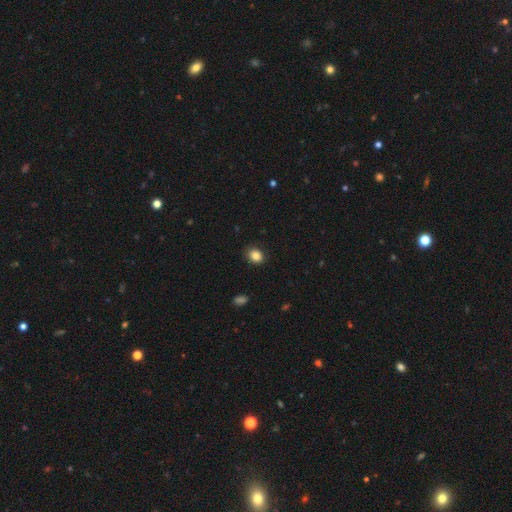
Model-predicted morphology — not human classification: smooth-or-featured: smooth: 85% | star or artifact: 10% | featured or disk: 5%
  how-rounded: round: 60% | in between: 39% | cigar-shaped: 1%
  merging: none: 88% | minor disturbance: 9% | major disturbance: 2% | merger: 1%